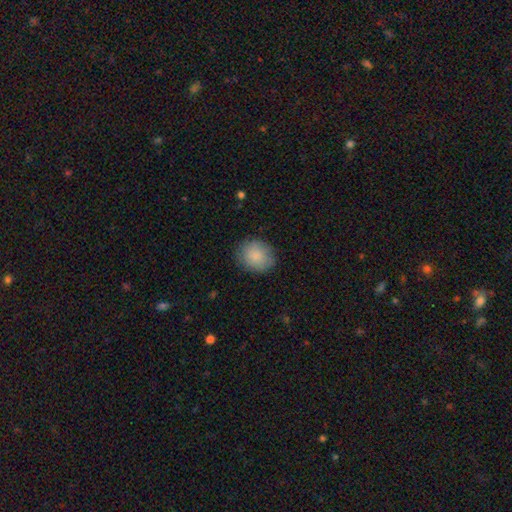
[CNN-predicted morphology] Smooth or featured: smooth — 85% (featured or disk — 8%)
How rounded: round — 73% (in between — 26%)
Merging: none — 82% (minor disturbance — 13%)